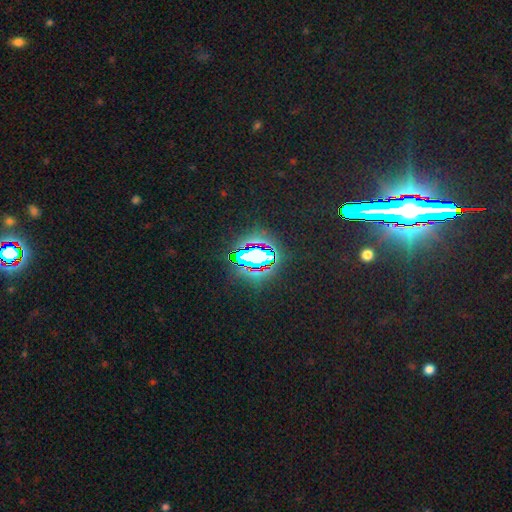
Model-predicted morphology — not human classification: star or artifact 72%, smooth 16%, featured or disk 12%.